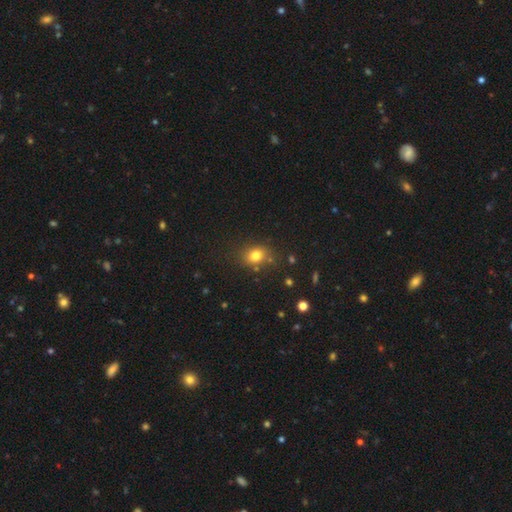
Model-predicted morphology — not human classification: Smooth or featured? smooth (79%)
How rounded? in between (51%)
Merging? none (76%)